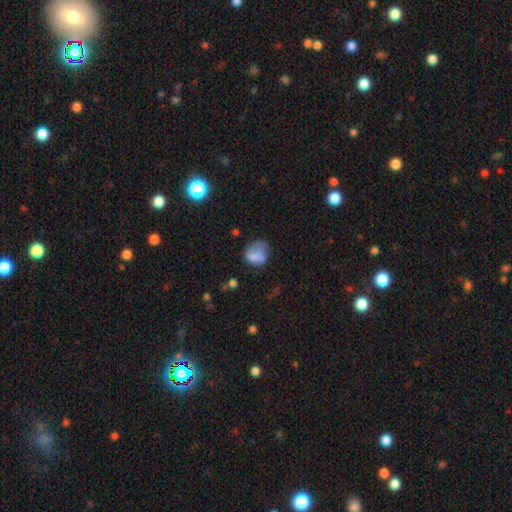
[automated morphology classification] Smooth or featured? smooth (71%)
How rounded? round (58%)
Merging? none (39%)